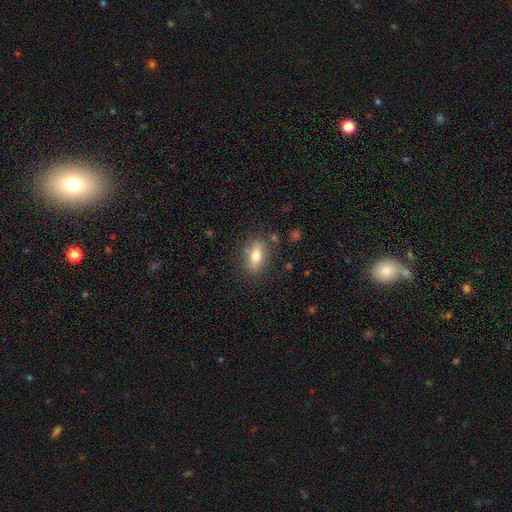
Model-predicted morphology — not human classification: This is likely a smooth galaxy (74%). How rounded: clearly in between (82%). Merging: clearly none (82%).